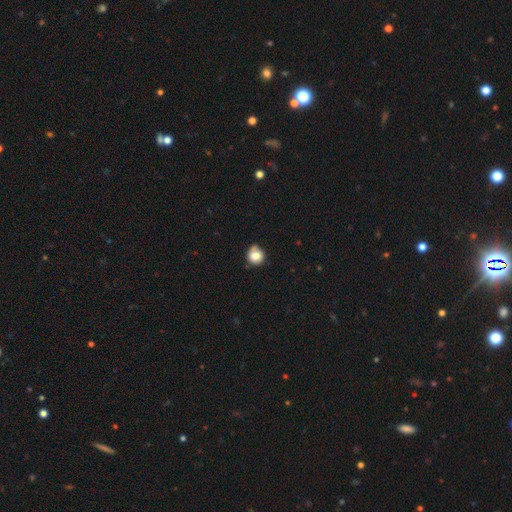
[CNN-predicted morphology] Smooth or featured: smooth — 79% (featured or disk — 12%)
How rounded: round — 85% (in between — 15%)
Merging: none — 59% (minor disturbance — 27%)